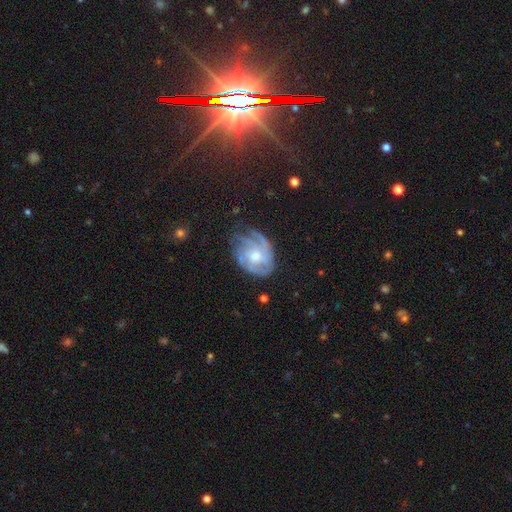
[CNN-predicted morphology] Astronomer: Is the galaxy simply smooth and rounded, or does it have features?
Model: featured or disk — 79%.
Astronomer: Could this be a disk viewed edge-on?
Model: no — 97%.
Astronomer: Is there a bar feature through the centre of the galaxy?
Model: no — 71%.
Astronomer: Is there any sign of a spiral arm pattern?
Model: yes — 91%.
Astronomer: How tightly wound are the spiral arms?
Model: tight — 48% (runner-up: medium, 37%).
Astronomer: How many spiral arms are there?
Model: can't tell — 33% (runner-up: 3, 25%).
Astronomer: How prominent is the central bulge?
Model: moderate — 65%.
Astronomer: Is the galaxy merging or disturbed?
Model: none — 58%.